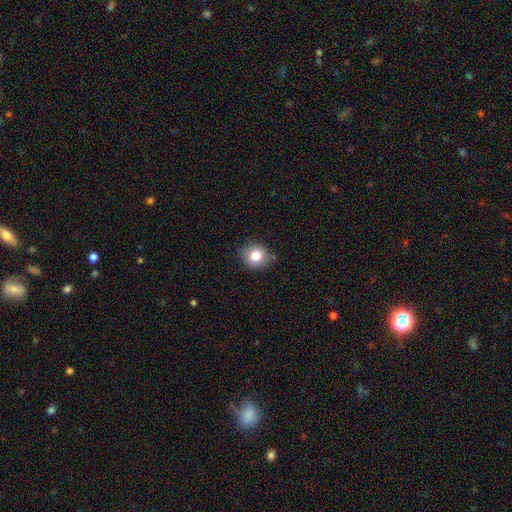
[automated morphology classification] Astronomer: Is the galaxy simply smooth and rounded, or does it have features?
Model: smooth — 81%.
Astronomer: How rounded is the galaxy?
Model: round — 82%.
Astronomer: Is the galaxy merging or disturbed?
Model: none — 82%.